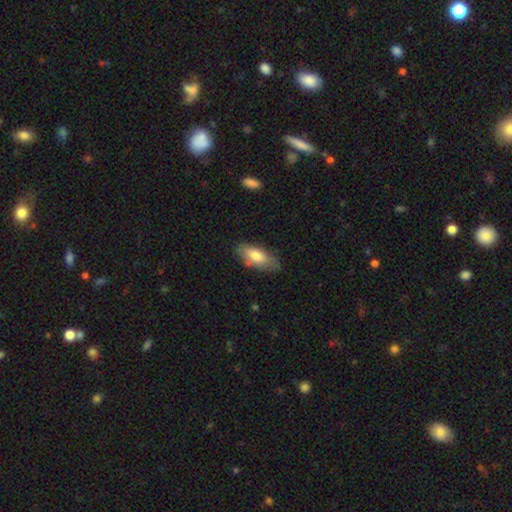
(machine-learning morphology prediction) smooth 75%, featured or disk 19%, star or artifact 6%. Down the decision tree: how rounded — in between (81%); merging — none (72%).